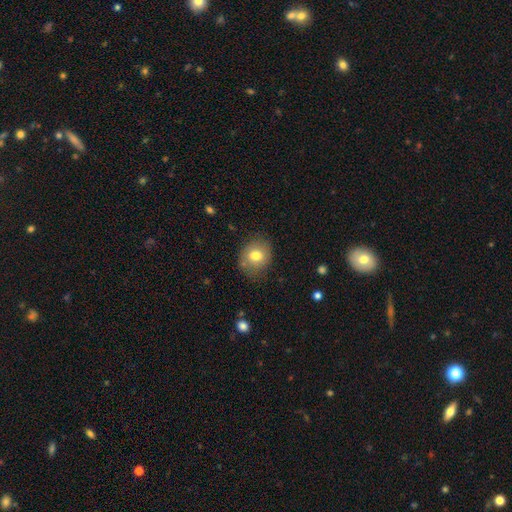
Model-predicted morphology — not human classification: Overall: smooth (75%). How rounded: round (68%; in between 32%). Merging: none (77%).